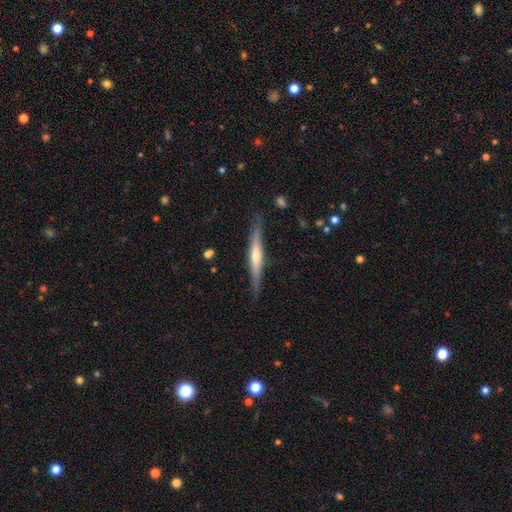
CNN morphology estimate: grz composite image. It shows a featured or disk galaxy (67%) viewed edge-on (97%) with a rounded central bulge (70%). Merging: none (86%).